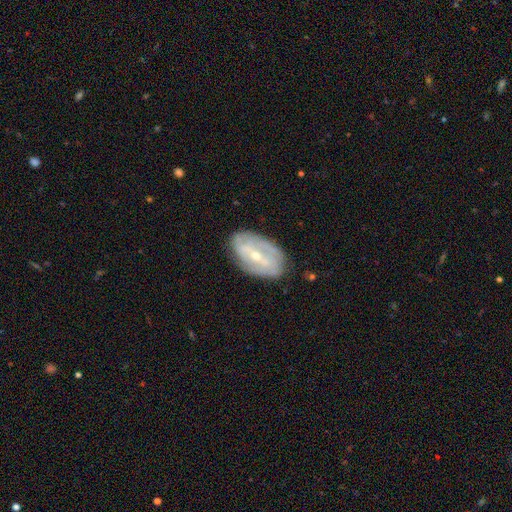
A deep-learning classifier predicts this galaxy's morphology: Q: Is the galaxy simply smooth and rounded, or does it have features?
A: featured or disk — 75%.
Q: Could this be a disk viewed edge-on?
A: no — 93%.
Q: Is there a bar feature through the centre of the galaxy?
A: strong — 44%.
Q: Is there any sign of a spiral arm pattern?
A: yes — 70%.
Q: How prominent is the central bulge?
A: small — 61%.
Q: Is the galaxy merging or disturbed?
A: none — 77%.